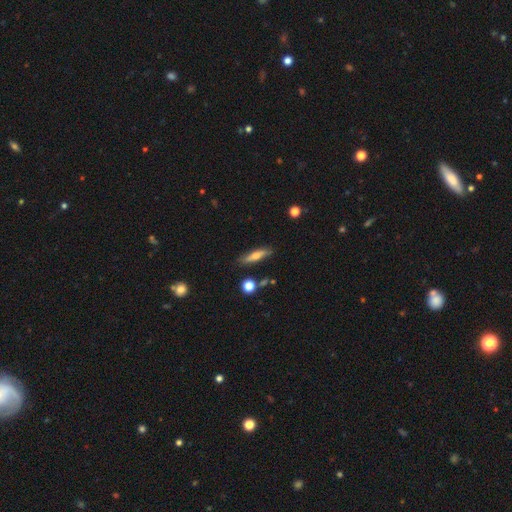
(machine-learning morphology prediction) Smooth or featured: smooth — 54% (featured or disk — 38%)
How rounded: cigar-shaped — 73% (in between — 24%)
Merging: none — 82% (minor disturbance — 13%)